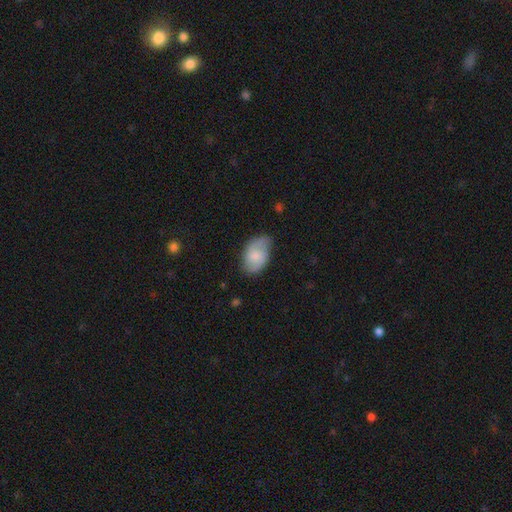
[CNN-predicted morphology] This appears to be a smooth galaxy with no disk features (59%) that is in between round and cigar-shaped (89%). Merging: none (59%).